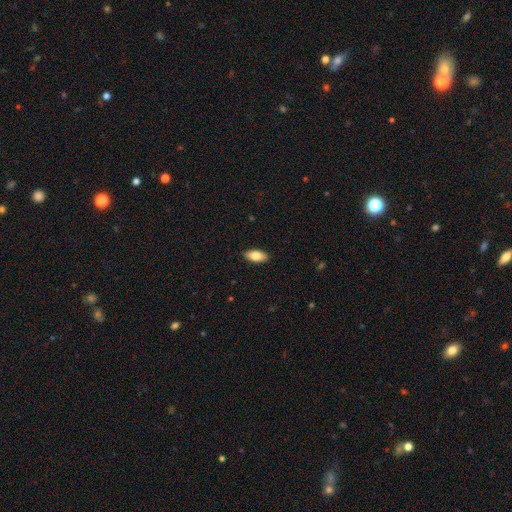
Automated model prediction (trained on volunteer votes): A smooth galaxy with no disk features (81%) that is in between round and cigar-shaped (90%). Merging: none (90%).